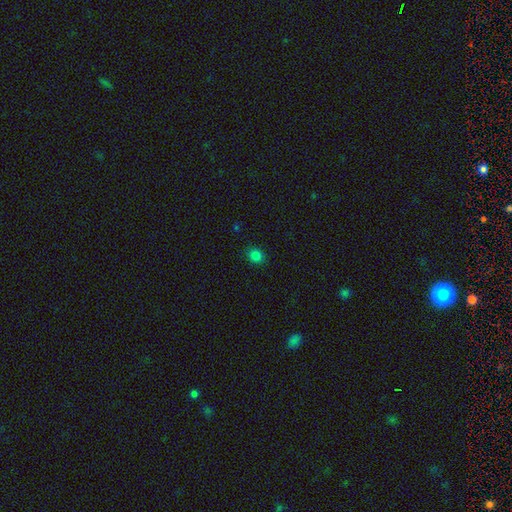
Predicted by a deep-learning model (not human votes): Overall: smooth (81%). How rounded: round (66%; in between 33%). Merging: none (89%).